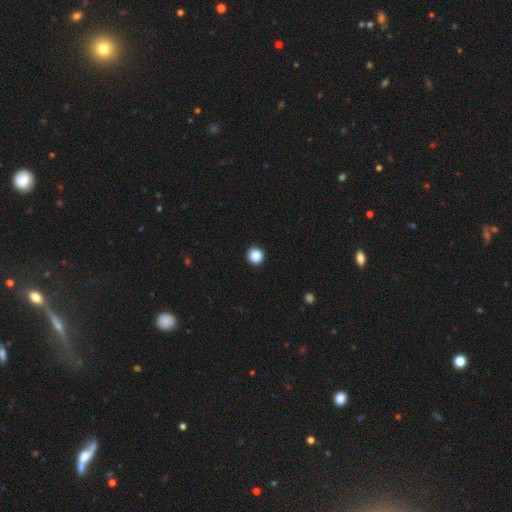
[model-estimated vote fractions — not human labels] A smooth galaxy with no disk features (86%) that is round (95%).

Vote fractions:
- Smooth or featured? smooth: 86% / star or artifact: 10% / featured or disk: 3%
- How rounded? round: 95% / in between: 4% / cigar-shaped: 1%
- Merging? none: 94% / minor disturbance: 4% / major disturbance: 1% / merger: 1%